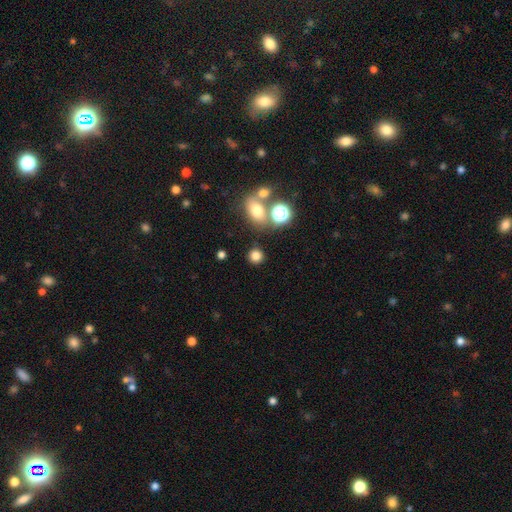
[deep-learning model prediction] The model was most divided on "smooth or featured": smooth: 78%, star or artifact: 16%, featured or disk: 6%. More confident: how rounded — round (85%); merging — none (80%).